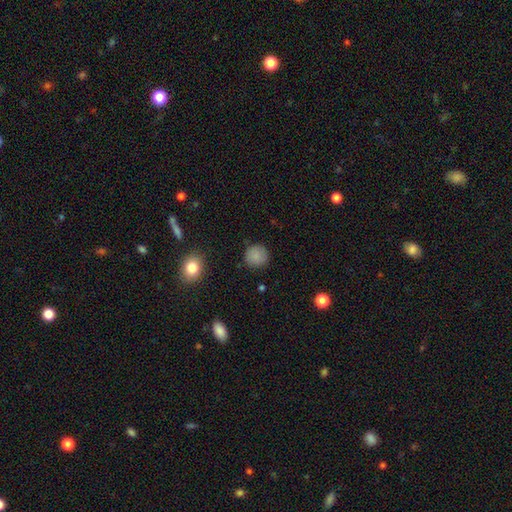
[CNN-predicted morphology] Smooth or featured? Predicted: smooth (p=0.85). How rounded? Predicted: round (p=0.91). Merging? Predicted: none (p=0.87).